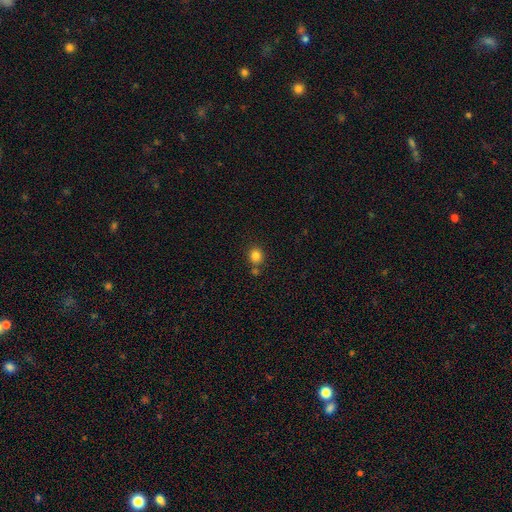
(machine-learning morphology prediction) Smooth or featured?
  - smooth: 83% *
  - star or artifact: 12%
  - featured or disk: 5%
How rounded?
  - round: 81% *
  - in between: 18%
  - cigar-shaped: 1%
Merging?
  - none: 72% *
  - merger: 16%
  - minor disturbance: 9%
  - major disturbance: 3%